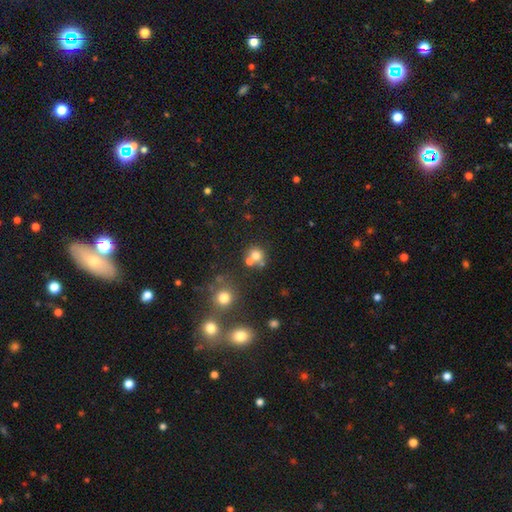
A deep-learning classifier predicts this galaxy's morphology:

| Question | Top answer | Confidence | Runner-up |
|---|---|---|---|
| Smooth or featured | smooth | 71% | star or artifact (16%) |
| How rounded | round | 85% | in between (14%) |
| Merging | none | 53% | merger (34%) |